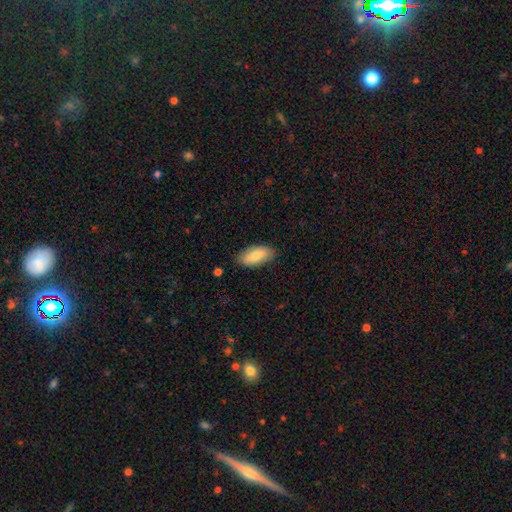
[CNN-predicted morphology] A smooth galaxy with no disk features (79%) that is in between round and cigar-shaped (90%). Merging: none (84%).